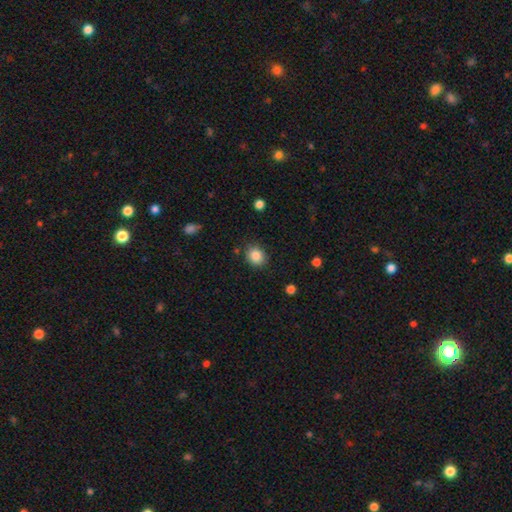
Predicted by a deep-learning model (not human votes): The model was most divided on "how rounded": round: 68%, in between: 31%, cigar-shaped: 1%. More confident: smooth or featured — smooth (86%); merging — none (84%).